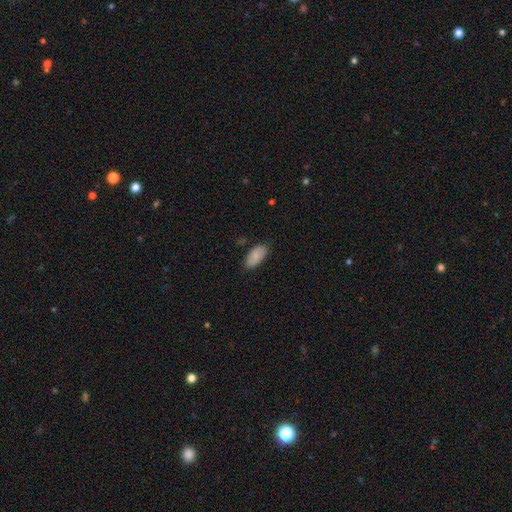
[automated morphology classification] Smooth or featured?
  - smooth: 82% *
  - featured or disk: 11%
  - star or artifact: 6%
How rounded?
  - in between: 93% *
  - cigar-shaped: 4%
  - round: 2%
Merging?
  - none: 80% *
  - minor disturbance: 16%
  - major disturbance: 3%
  - merger: 1%